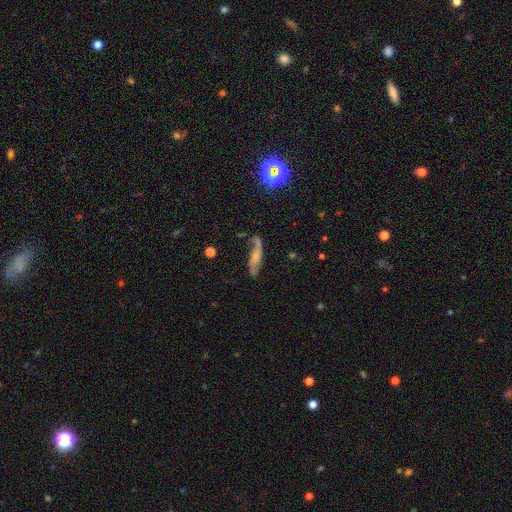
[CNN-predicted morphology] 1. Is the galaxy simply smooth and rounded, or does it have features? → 57% featured or disk, 32% smooth, 11% star or artifact.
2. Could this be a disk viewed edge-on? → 77% no, 23% yes.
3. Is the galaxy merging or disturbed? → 50% none, 25% minor disturbance, 17% major disturbance, 8% merger.